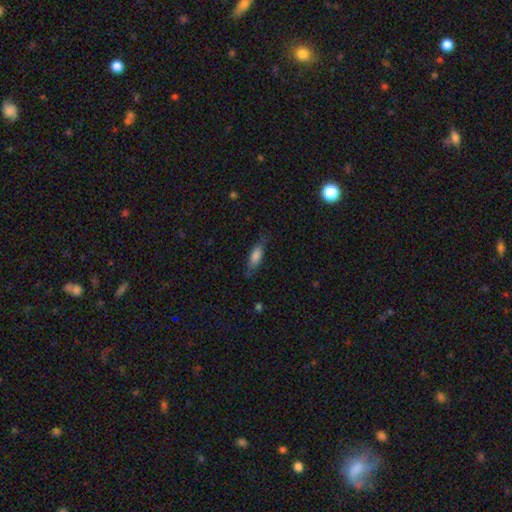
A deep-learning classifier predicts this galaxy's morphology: smooth-or-featured: smooth: 74% | featured or disk: 19% | star or artifact: 7%
  how-rounded: in between: 56% | cigar-shaped: 42% | round: 2%
  merging: none: 71% | minor disturbance: 22% | major disturbance: 6% | merger: 1%